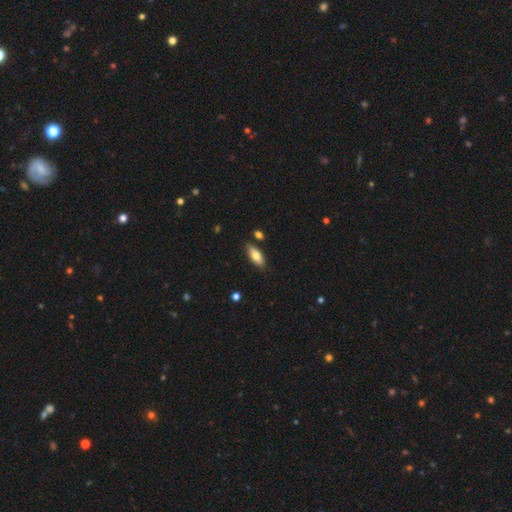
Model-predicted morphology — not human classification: Q: Smooth or featured?
A: smooth (75%); runner-up: featured or disk (19%)
Q: How rounded?
A: in between (77%); runner-up: cigar-shaped (21%)
Q: Merging?
A: none (83%); runner-up: minor disturbance (11%)